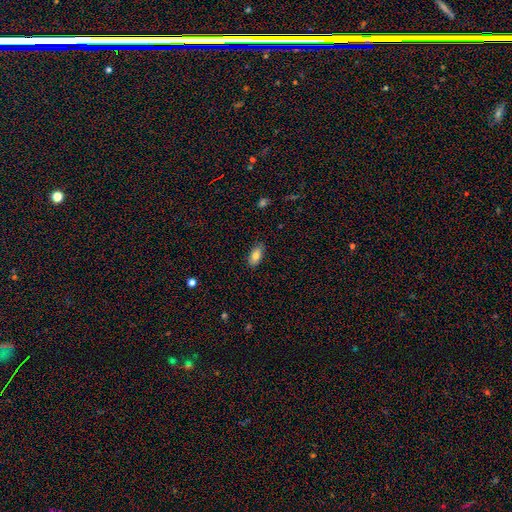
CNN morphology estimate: This appears to be a smooth galaxy with no disk features (81%) that is in between round and cigar-shaped (90%). Merging: none (84%).